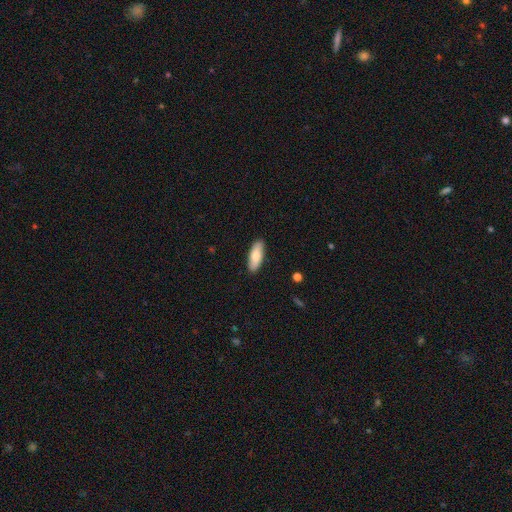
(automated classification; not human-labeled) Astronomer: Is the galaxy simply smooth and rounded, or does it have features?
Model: smooth — 76%.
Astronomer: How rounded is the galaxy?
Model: in between — 72%.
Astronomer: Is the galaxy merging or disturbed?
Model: none — 90%.